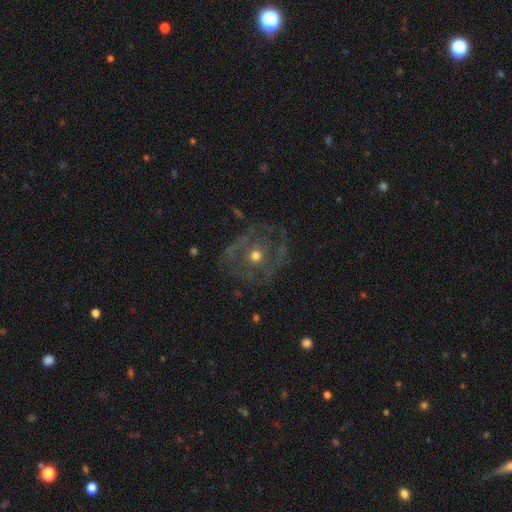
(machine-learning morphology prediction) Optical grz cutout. It shows a featured or disk galaxy (66%) with no bar (85%), no spiral arms (55%) and a moderate central bulge (56%). Merging: none (64%).